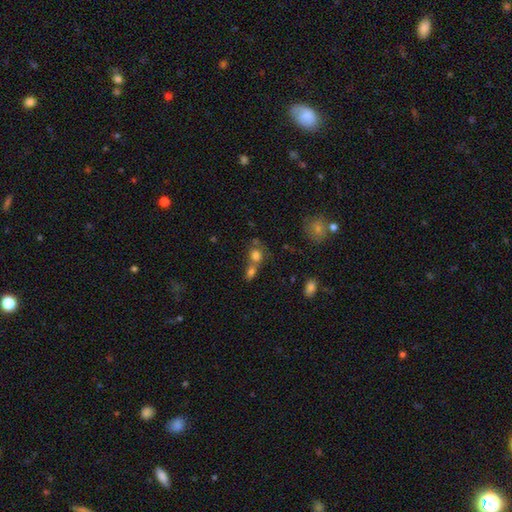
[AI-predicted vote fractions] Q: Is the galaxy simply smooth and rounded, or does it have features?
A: smooth — 77%.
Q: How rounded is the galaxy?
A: round — 69%.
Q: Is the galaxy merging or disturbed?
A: merger — 52%.